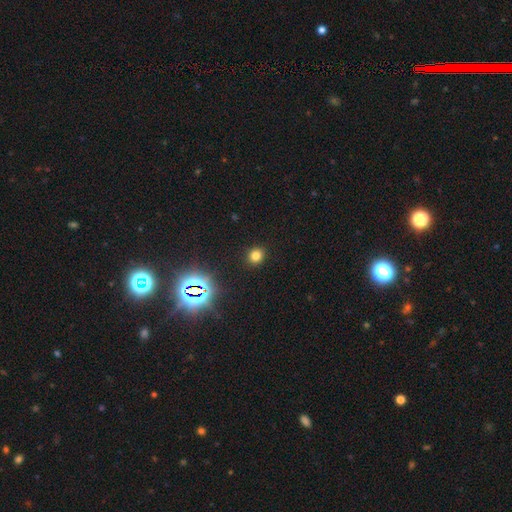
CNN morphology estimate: smooth_or_featured: smooth (p=0.74) [alt: star or artifact p=0.20]
how_rounded: round (p=0.82) [alt: in between p=0.17]
merging: none (p=0.91) [alt: minor disturbance p=0.06]